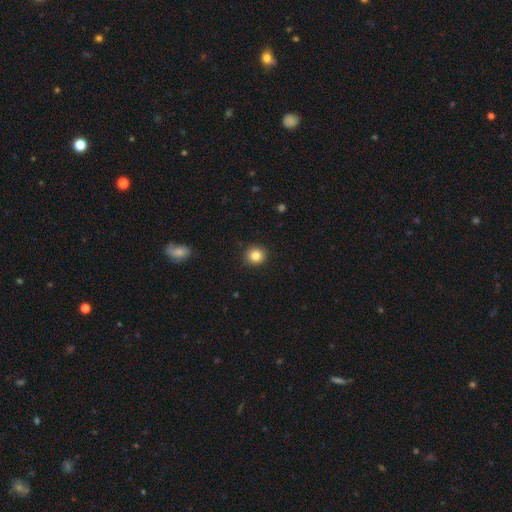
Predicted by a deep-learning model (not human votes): This appears to be a smooth galaxy with no disk features (84%) that is round (91%). Merging: none (91%).